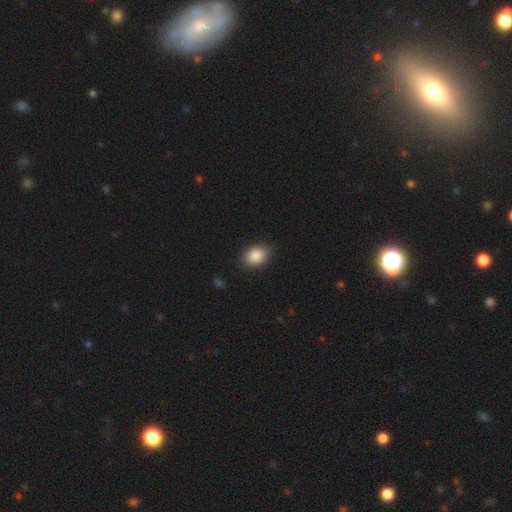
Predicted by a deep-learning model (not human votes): Smooth or featured: smooth — 88% (star or artifact — 8%)
How rounded: in between — 69% (round — 29%)
Merging: none — 87% (minor disturbance — 10%)